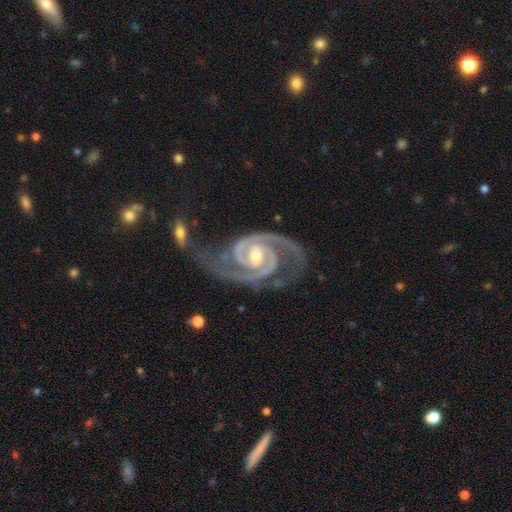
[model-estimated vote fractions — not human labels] featured or disk 94%, star or artifact 4%, smooth 2%. Down the decision tree: edge-on disk — no (98%); bar — no (45%); spiral arms — yes (99%); spiral arm count — 2 (90%); spiral winding — tight (61%); bulge size — moderate (58%); merging — none (59%).